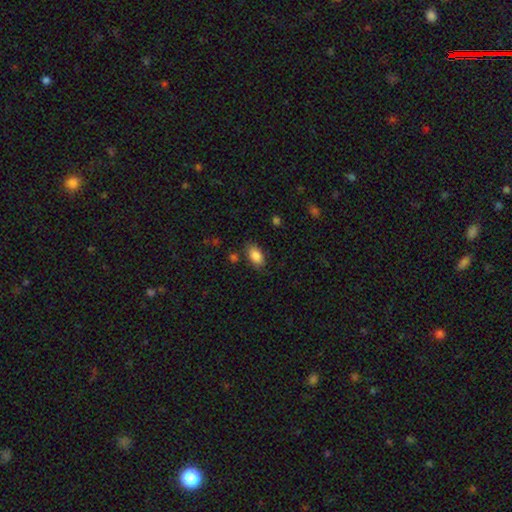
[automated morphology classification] A smooth galaxy with no disk features (87%) that is in between round and cigar-shaped (93%). Merging: none (81%).